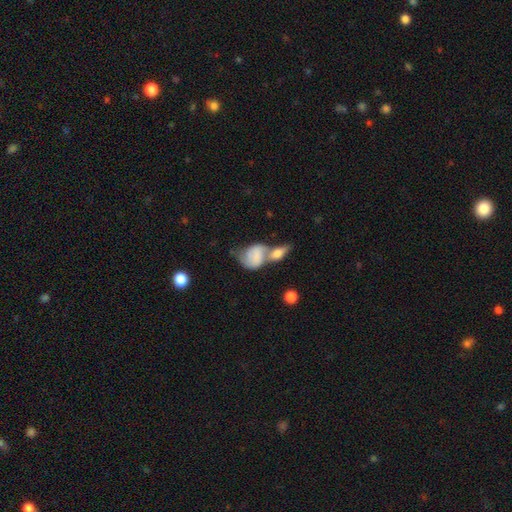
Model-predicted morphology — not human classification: A smooth galaxy with no disk features (64%) that is in between round and cigar-shaped (63%). Merging: merger (59%).